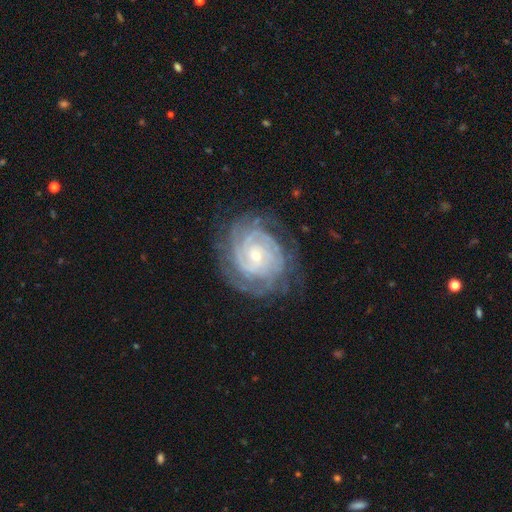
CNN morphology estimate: A featured or disk galaxy (89%) with no bar (68%), tight (81%) spiral arms (98%) and a small central bulge (71%). Merging: none (77%).